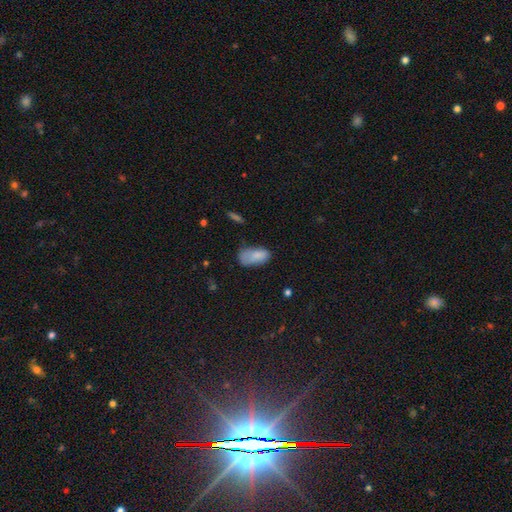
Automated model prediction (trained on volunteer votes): Smooth or featured: smooth — 81% (featured or disk — 11%)
How rounded: in between — 92% (cigar-shaped — 4%)
Merging: none — 43% (minor disturbance — 34%)